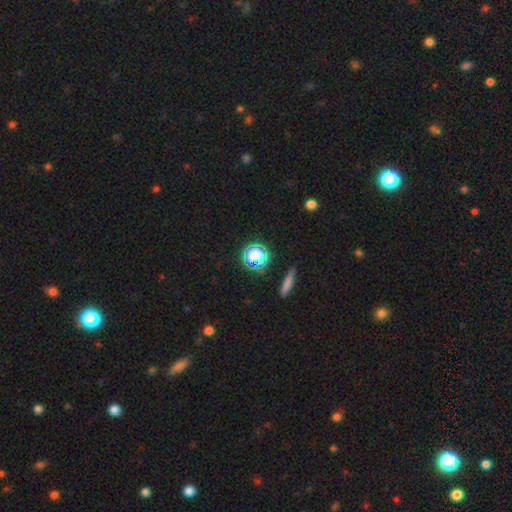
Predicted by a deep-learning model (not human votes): This appears to be a star or artifact, not a galaxy (51%).